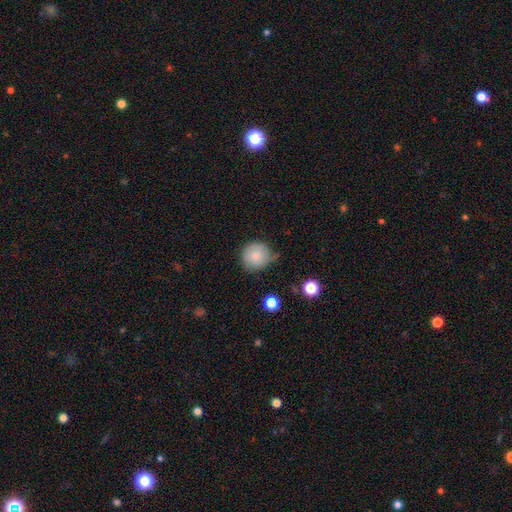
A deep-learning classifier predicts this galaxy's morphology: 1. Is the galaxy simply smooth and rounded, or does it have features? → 78% smooth, 13% featured or disk, 9% star or artifact.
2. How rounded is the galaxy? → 92% round, 7% in between, 1% cigar-shaped.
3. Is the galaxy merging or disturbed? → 64% none, 27% minor disturbance, 6% major disturbance, 3% merger.